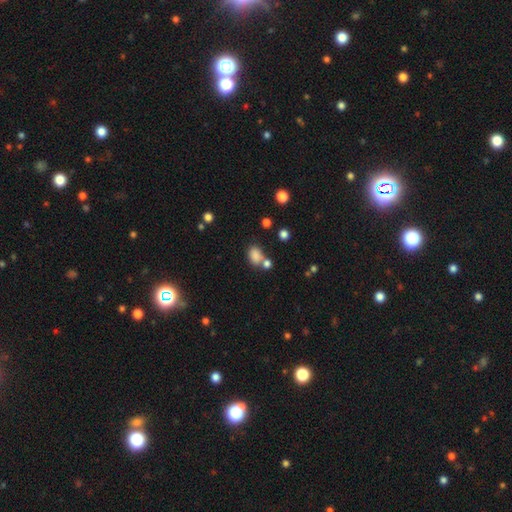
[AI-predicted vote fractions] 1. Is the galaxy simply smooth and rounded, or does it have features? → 82% smooth, 12% star or artifact, 6% featured or disk.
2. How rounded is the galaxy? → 72% in between, 26% round, 1% cigar-shaped.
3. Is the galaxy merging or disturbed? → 52% none, 29% merger, 14% minor disturbance, 5% major disturbance.